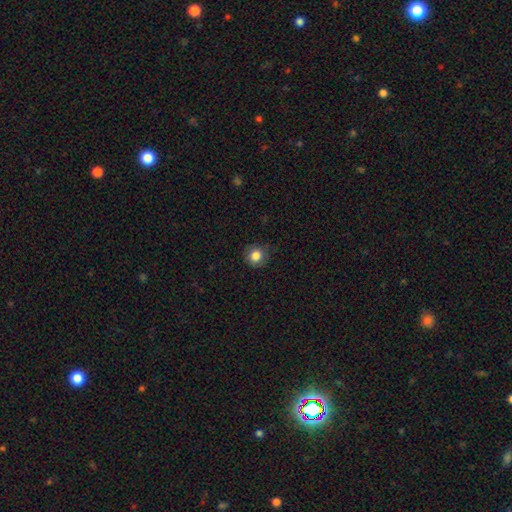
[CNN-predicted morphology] A smooth galaxy with no disk features (84%) that is round (90%). Merging: none (84%).